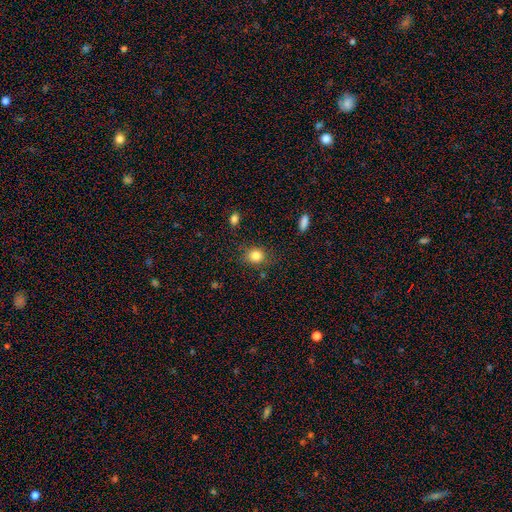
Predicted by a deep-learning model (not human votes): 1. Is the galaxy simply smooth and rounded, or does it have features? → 83% smooth, 11% star or artifact, 6% featured or disk.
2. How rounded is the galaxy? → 73% round, 26% in between, 1% cigar-shaped.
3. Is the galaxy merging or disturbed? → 80% none, 13% minor disturbance, 4% major disturbance, 3% merger.